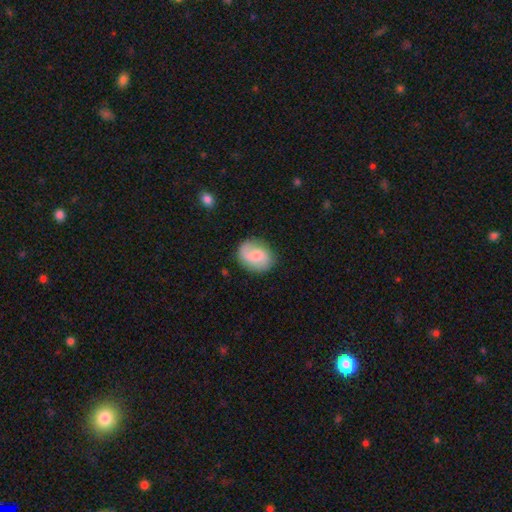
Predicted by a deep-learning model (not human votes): Morphology: type=featured or disk (50%); edge-on=no (98%); merging=none (77%).